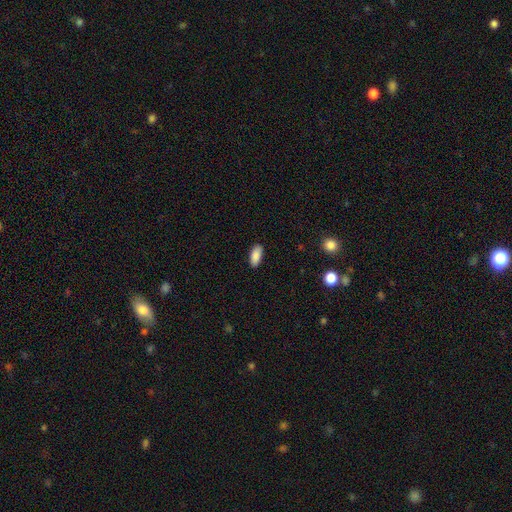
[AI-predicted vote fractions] Smooth or featured? smooth (88%)
How rounded? in between (88%)
Merging? none (89%)